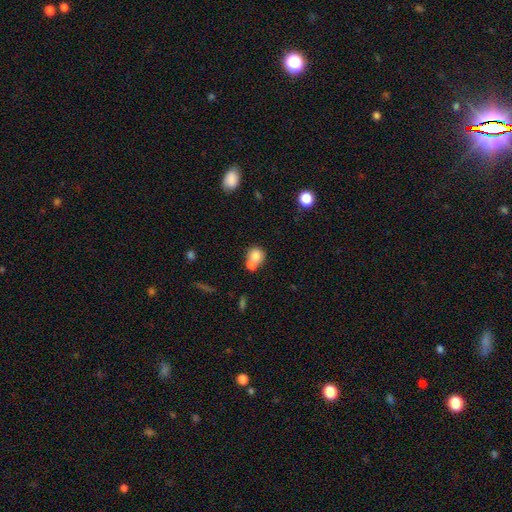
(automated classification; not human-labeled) Smooth or featured? Predicted: smooth (p=0.76). How rounded? Predicted: round (p=0.80). Merging? Predicted: merger (p=0.56).